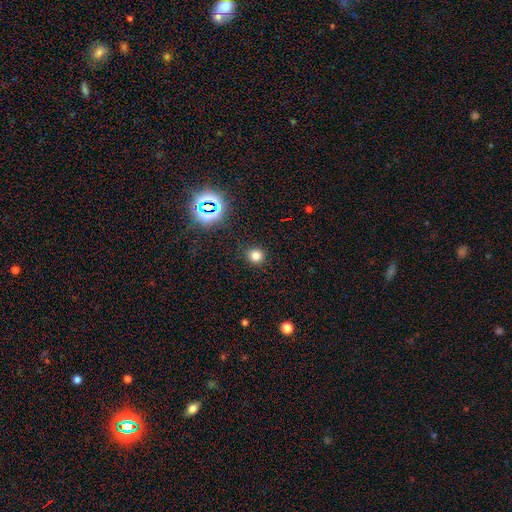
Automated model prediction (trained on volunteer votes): This is likely a smooth galaxy (75%). How rounded: clearly round (87%). Merging: clearly none (89%).